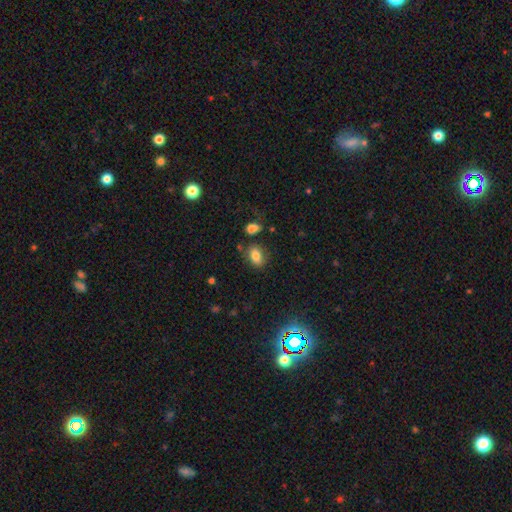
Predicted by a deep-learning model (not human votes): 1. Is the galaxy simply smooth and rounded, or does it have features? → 81% smooth, 11% star or artifact, 9% featured or disk.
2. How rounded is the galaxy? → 83% in between, 15% round, 2% cigar-shaped.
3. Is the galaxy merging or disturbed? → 73% none, 15% minor disturbance, 7% merger, 5% major disturbance.